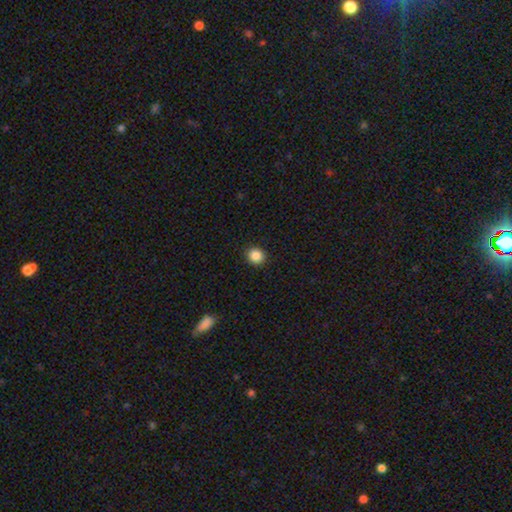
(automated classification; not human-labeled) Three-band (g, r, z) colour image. It shows a smooth galaxy with no disk features (87%) that is round (84%). Merging: none (92%).